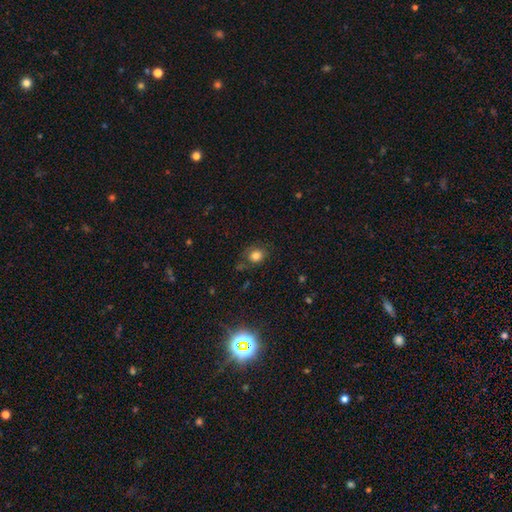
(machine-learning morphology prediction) A smooth galaxy with no disk features (78%) that is round (69%).

Vote fractions:
- Smooth or featured? smooth: 78% / star or artifact: 13% / featured or disk: 8%
- How rounded? round: 69% / in between: 30% / cigar-shaped: 1%
- Merging? none: 72% / minor disturbance: 18% / major disturbance: 7% / merger: 4%